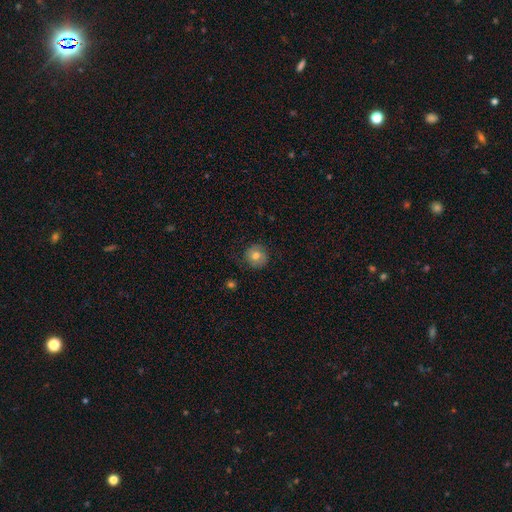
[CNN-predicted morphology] Q: Smooth or featured?
A: smooth (74%); runner-up: featured or disk (17%)
Q: How rounded?
A: round (91%); runner-up: in between (8%)
Q: Merging?
A: none (79%); runner-up: minor disturbance (15%)